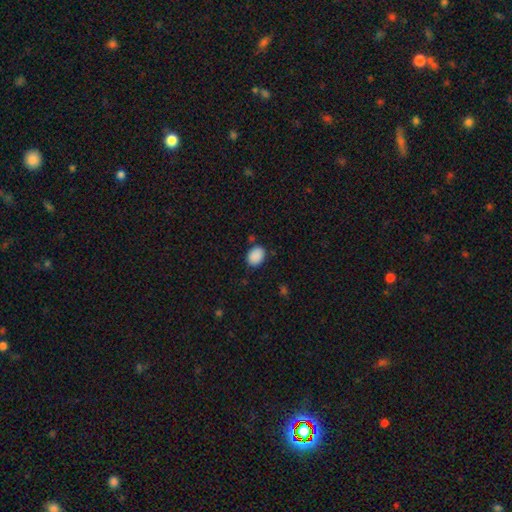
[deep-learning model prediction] Smooth or featured?
  - smooth: 89% *
  - star or artifact: 8%
  - featured or disk: 3%
How rounded?
  - in between: 63% *
  - round: 36%
  - cigar-shaped: 1%
Merging?
  - none: 82% *
  - minor disturbance: 12%
  - major disturbance: 3%
  - merger: 2%